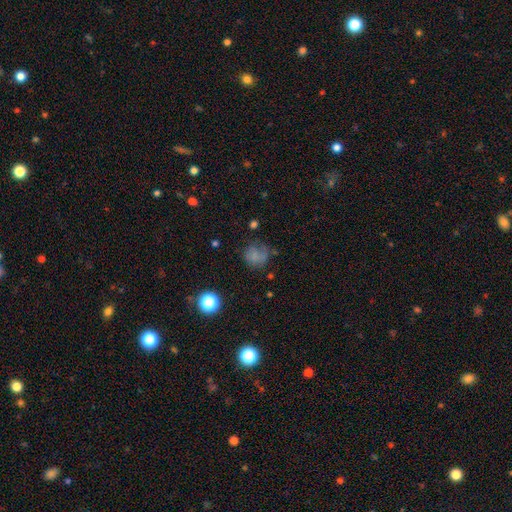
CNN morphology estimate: The model was most divided on "merging": none: 48%, minor disturbance: 25%, major disturbance: 21%, merger: 5%. More confident: how rounded — round (74%); smooth or featured — smooth (67%).